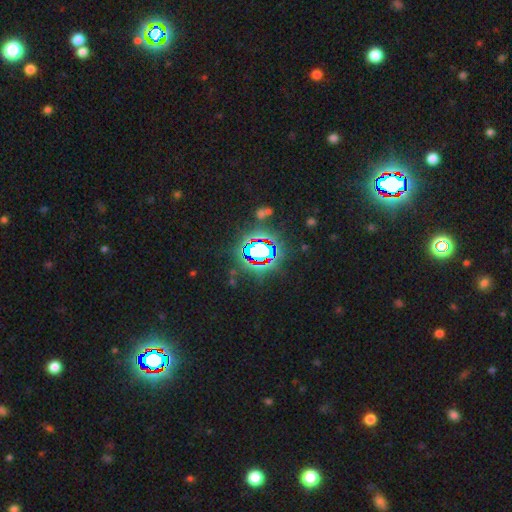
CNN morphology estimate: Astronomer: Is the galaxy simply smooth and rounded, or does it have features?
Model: star or artifact — 80%.